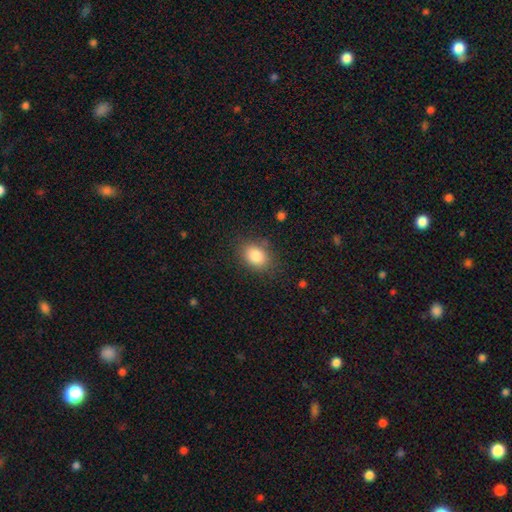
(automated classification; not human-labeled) A smooth galaxy with no disk features (84%) that is in between round and cigar-shaped (68%). Merging: none (81%).